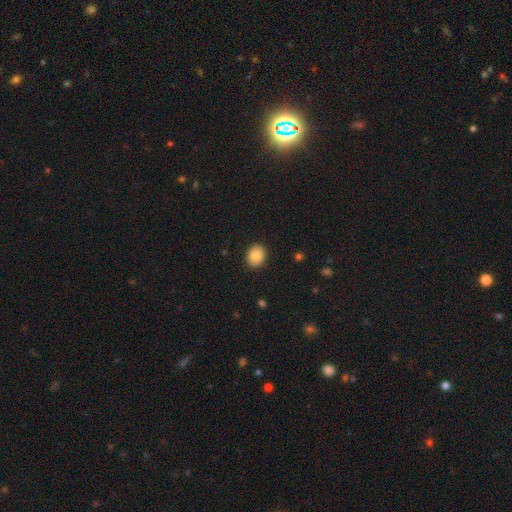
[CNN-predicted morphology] Smooth or featured? smooth (83%)
How rounded? round (61%)
Merging? none (91%)